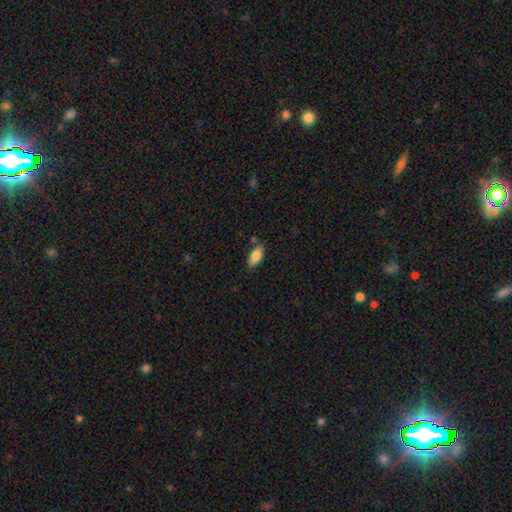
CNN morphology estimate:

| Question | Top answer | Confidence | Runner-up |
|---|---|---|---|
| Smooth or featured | smooth | 86% | star or artifact (7%) |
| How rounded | in between | 88% | cigar-shaped (10%) |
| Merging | none | 71% | minor disturbance (18%) |